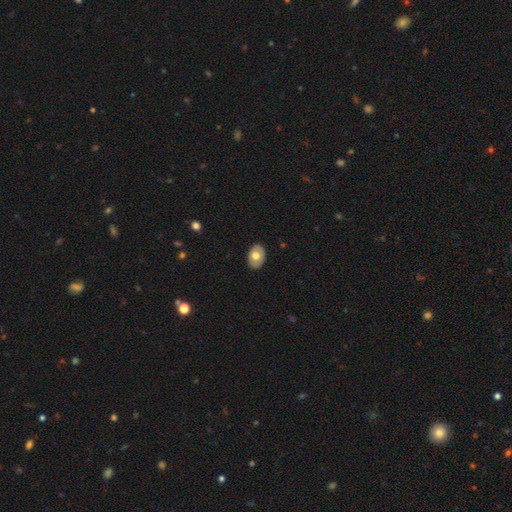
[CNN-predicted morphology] Smooth or featured: smooth — 60% (featured or disk — 34%)
How rounded: in between — 80% (round — 19%)
Merging: none — 86% (minor disturbance — 11%)